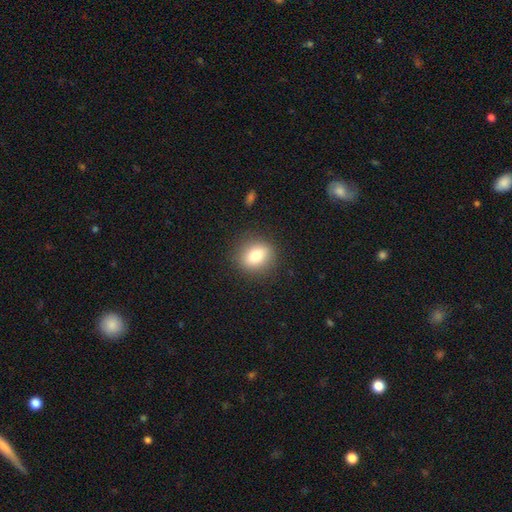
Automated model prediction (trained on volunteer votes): smooth-or-featured: smooth: 79% | featured or disk: 11% | star or artifact: 10%
  how-rounded: round: 66% | in between: 33% | cigar-shaped: 2%
  merging: none: 88% | minor disturbance: 9% | major disturbance: 3% | merger: 1%